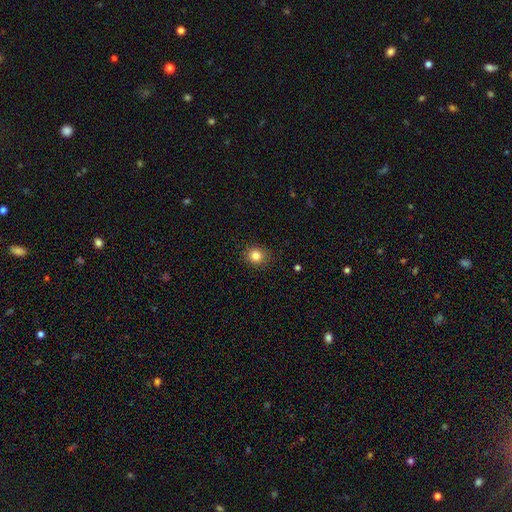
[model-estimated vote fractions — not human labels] A smooth galaxy with no disk features (83%) that is round (84%).

Vote fractions:
- Smooth or featured? smooth: 83% / star or artifact: 12% / featured or disk: 5%
- How rounded? round: 84% / in between: 15% / cigar-shaped: 1%
- Merging? none: 88% / minor disturbance: 8% / major disturbance: 2% / merger: 1%